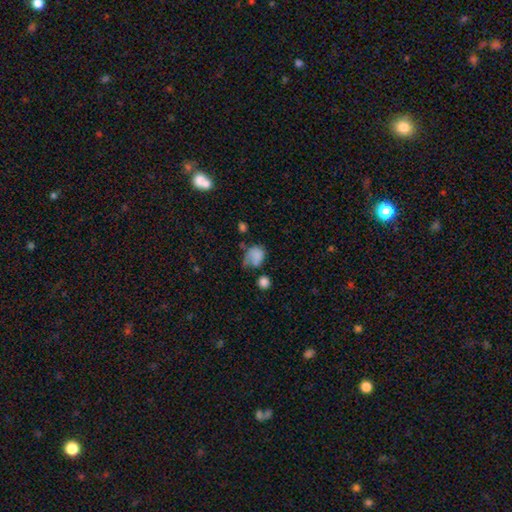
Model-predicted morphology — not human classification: Smooth or featured?
  - smooth: 77% *
  - featured or disk: 13%
  - star or artifact: 10%
How rounded?
  - in between: 54% *
  - round: 45%
  - cigar-shaped: 1%
Merging?
  - minor disturbance: 33% *
  - none: 31%
  - major disturbance: 27%
  - merger: 9%